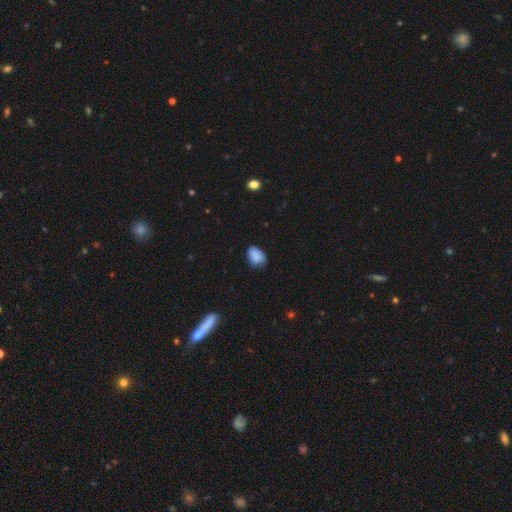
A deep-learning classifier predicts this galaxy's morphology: type=smooth (86%); roundness=in between (81%); merging=none (64%).